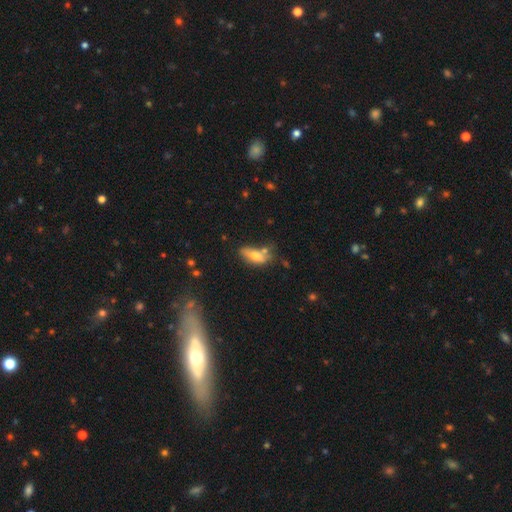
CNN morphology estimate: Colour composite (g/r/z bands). It shows a smooth galaxy with no disk features (67%) that is in between round and cigar-shaped (82%). Merging: none (44%).